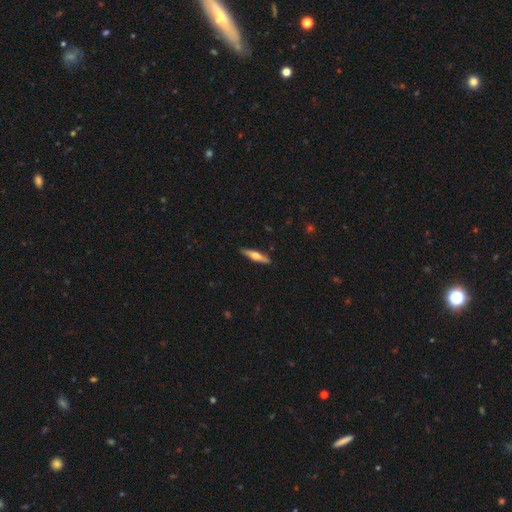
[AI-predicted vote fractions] Smooth or featured?
  - featured or disk: 50% *
  - smooth: 44%
  - star or artifact: 5%
Edge-on disk?
  - yes: 94% *
  - no: 6%
Merging?
  - none: 90% *
  - minor disturbance: 8%
  - major disturbance: 2%
  - merger: 1%